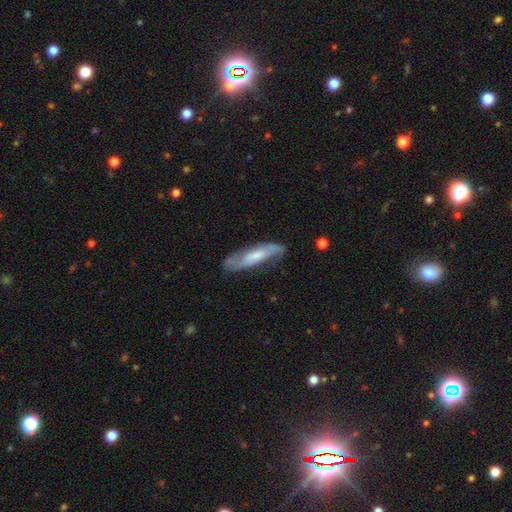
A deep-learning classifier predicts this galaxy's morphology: featured or disk 62%, smooth 32%, star or artifact 6%. Down the decision tree: edge-on disk — no (71%); merging — none (70%).